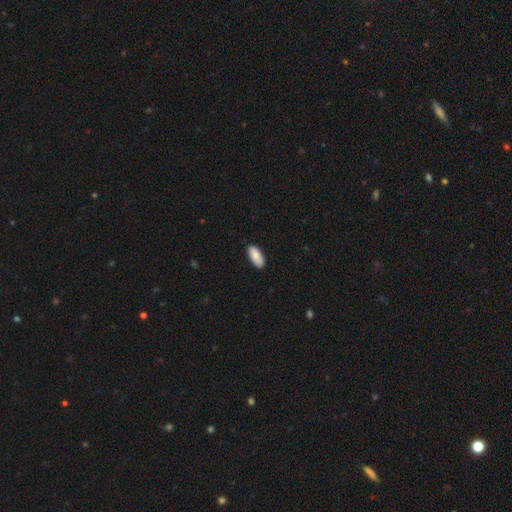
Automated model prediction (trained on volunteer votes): smooth-or-featured: smooth: 84% | featured or disk: 10% | star or artifact: 6%
  how-rounded: in between: 89% | cigar-shaped: 10% | round: 2%
  merging: none: 87% | minor disturbance: 10% | major disturbance: 2% | merger: 1%